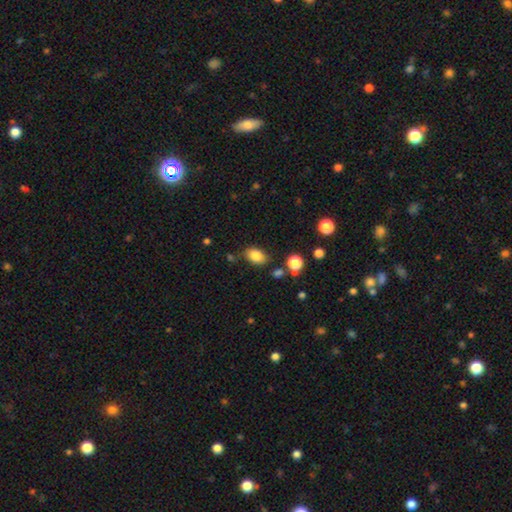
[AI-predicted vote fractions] This is clearly a smooth galaxy (84%). How rounded: clearly in between (81%). Merging: likely none (77%).